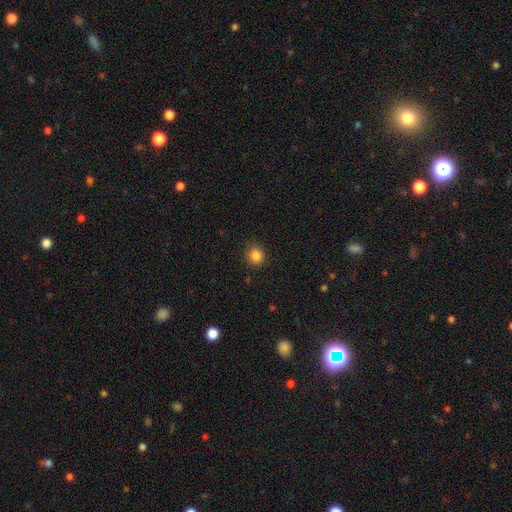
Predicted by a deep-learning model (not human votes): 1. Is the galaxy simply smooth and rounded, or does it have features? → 85% smooth, 11% star or artifact, 4% featured or disk.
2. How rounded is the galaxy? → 81% round, 18% in between, 1% cigar-shaped.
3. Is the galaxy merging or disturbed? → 87% none, 9% minor disturbance, 2% major disturbance, 1% merger.